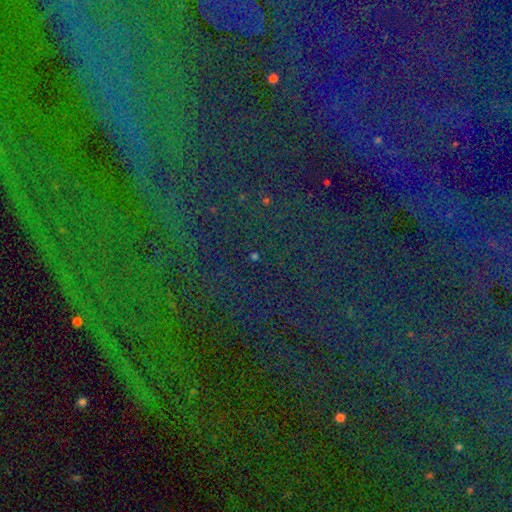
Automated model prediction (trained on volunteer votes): Smooth or featured? star or artifact (83%)